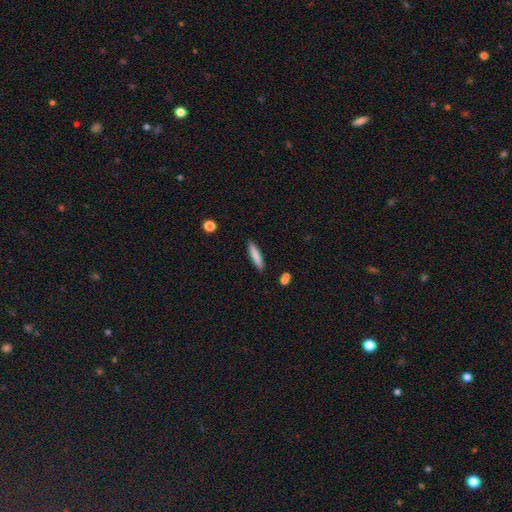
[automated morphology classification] Smooth or featured? smooth (81%)
How rounded? cigar-shaped (87%)
Merging? none (89%)